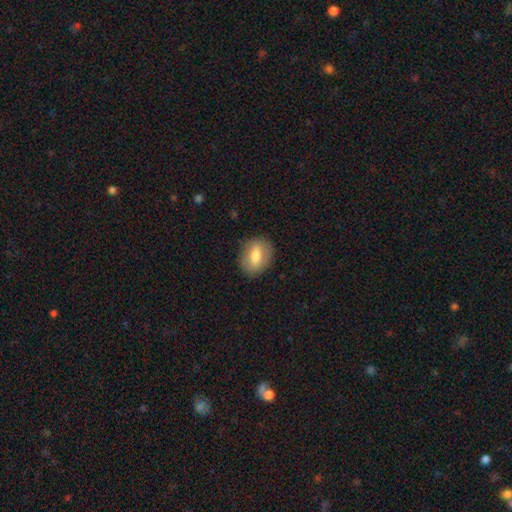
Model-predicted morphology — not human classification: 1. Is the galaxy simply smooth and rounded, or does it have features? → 69% smooth, 24% featured or disk, 7% star or artifact.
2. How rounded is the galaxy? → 73% in between, 25% round, 2% cigar-shaped.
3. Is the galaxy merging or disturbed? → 85% none, 11% minor disturbance, 3% major disturbance, 1% merger.